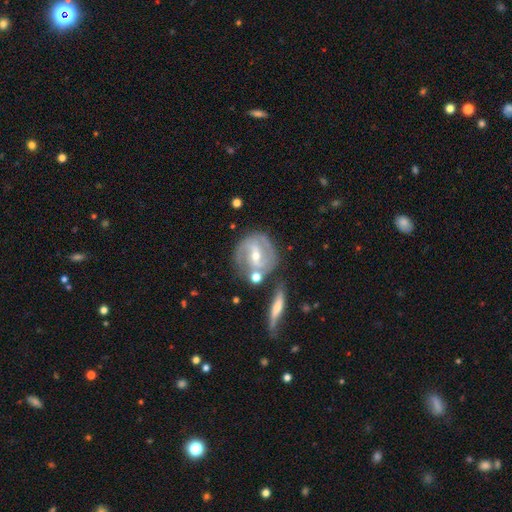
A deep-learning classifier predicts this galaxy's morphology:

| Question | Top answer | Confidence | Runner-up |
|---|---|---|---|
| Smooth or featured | featured or disk | 83% | smooth (11%) |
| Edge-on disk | no | 95% | yes (5%) |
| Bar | weak | 41% | strong (36%) |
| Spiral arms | yes | 92% | no (8%) |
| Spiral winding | medium | 45% | tight (39%) |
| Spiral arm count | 2 | 72% | can't tell (11%) |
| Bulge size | moderate | 52% | small (44%) |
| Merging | none | 67% | minor disturbance (15%) |